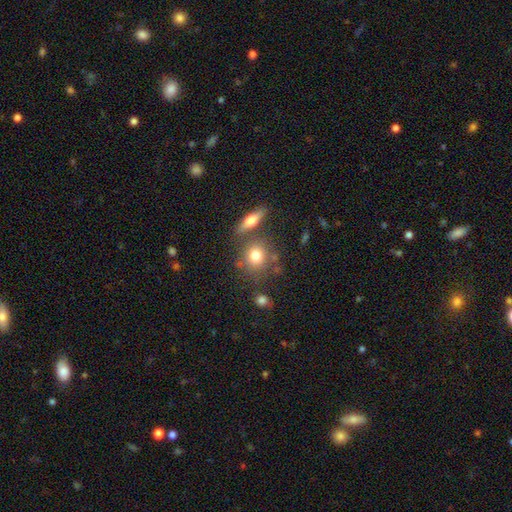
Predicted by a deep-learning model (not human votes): This appears to be a smooth galaxy with no disk features (77%) that is round (72%). Merging: none (68%).